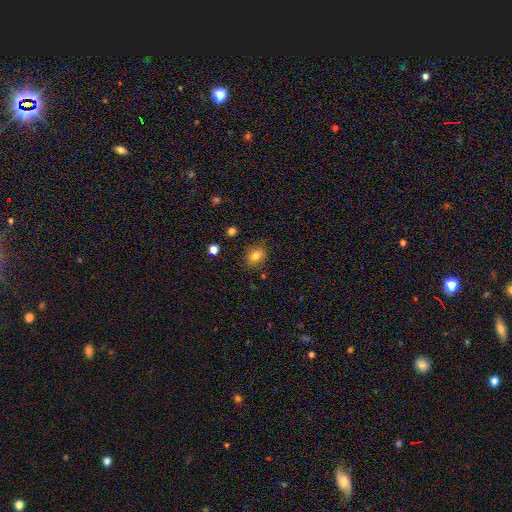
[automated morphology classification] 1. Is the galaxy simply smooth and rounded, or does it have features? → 79% smooth, 11% star or artifact, 10% featured or disk.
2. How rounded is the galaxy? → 54% round, 45% in between, 1% cigar-shaped.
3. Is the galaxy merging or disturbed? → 82% none, 13% minor disturbance, 3% major disturbance, 2% merger.